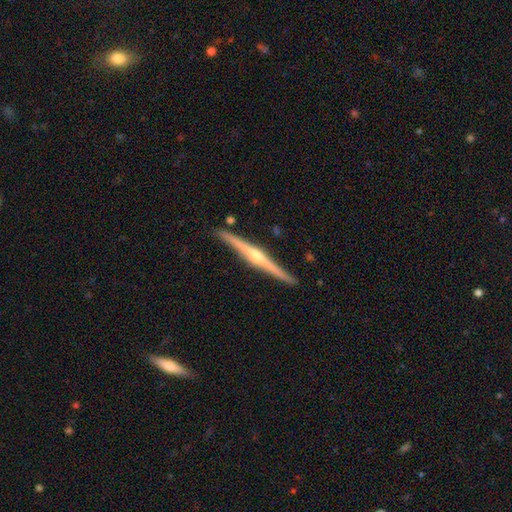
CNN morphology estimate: Smooth or featured? Predicted: featured or disk (p=0.84). Edge-on disk? Predicted: yes (p=0.98). Edge-on bulge? Predicted: rounded (p=0.88). Merging? Predicted: none (p=0.90).